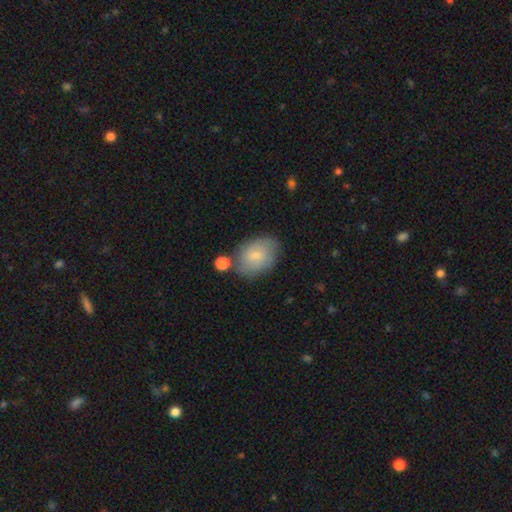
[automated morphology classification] Smooth or featured? smooth (74%)
How rounded? in between (80%)
Merging? none (66%)